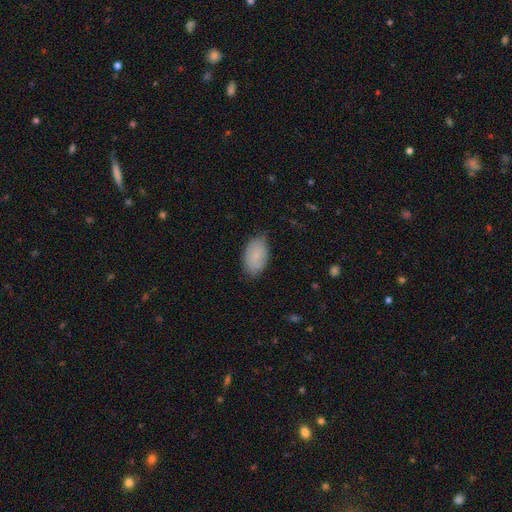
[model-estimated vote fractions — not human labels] The model was most divided on "merging": none: 74%, minor disturbance: 21%, major disturbance: 4%, merger: 1%. More confident: how rounded — in between (93%); smooth or featured — smooth (81%).